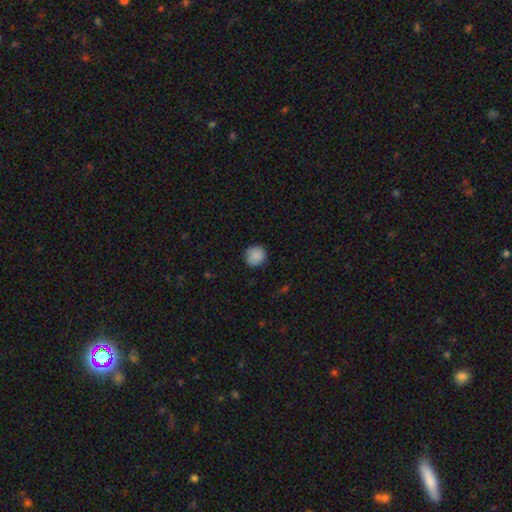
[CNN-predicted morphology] A smooth galaxy with no disk features (88%) that is round (91%). Merging: none (85%).